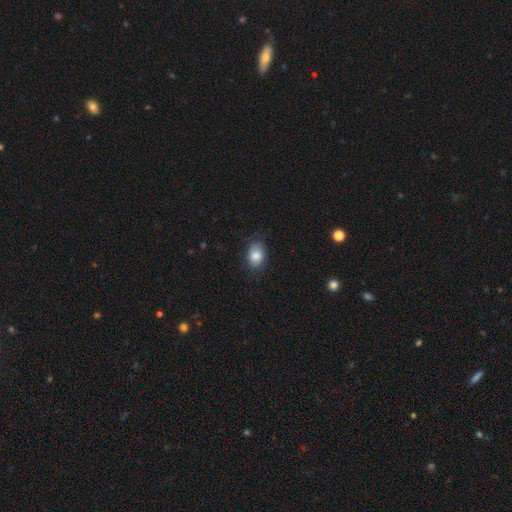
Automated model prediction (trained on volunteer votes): smooth 82%, featured or disk 10%, star or artifact 8%. Down the decision tree: how rounded — in between (76%); merging — none (74%).